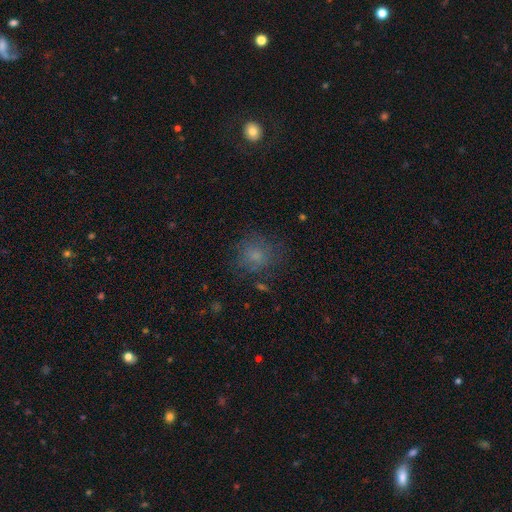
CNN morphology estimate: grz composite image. It shows a smooth galaxy with no disk features (70%) that is round (77%). Merging: none (70%).